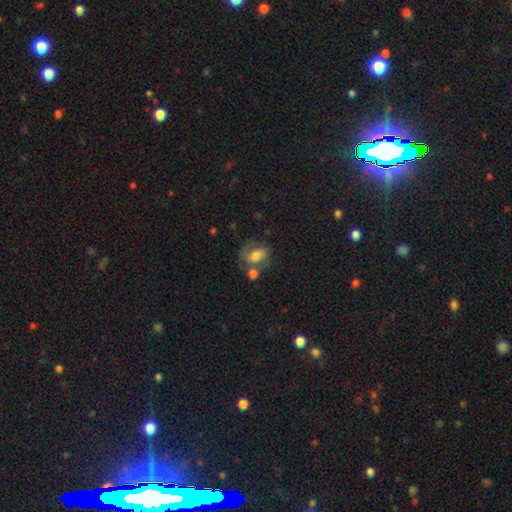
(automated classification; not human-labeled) smooth-or-featured: smooth: 57% | featured or disk: 33% | star or artifact: 10%
  how-rounded: in between: 66% | round: 32% | cigar-shaped: 2%
  merging: none: 46% | minor disturbance: 21% | merger: 20% | major disturbance: 13%